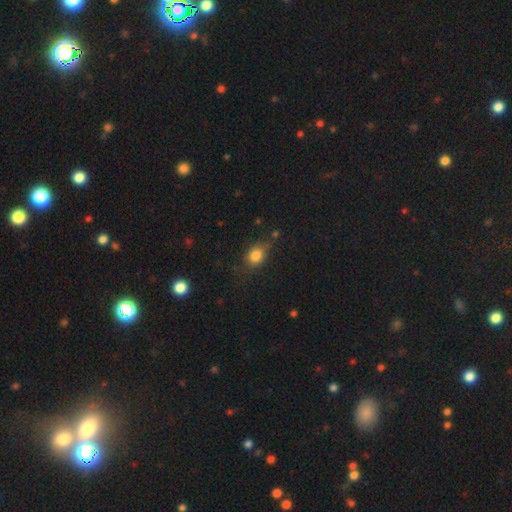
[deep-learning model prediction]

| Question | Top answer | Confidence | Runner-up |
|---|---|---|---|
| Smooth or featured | smooth | 81% | star or artifact (11%) |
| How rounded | in between | 51% | round (48%) |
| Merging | none | 68% | minor disturbance (22%) |